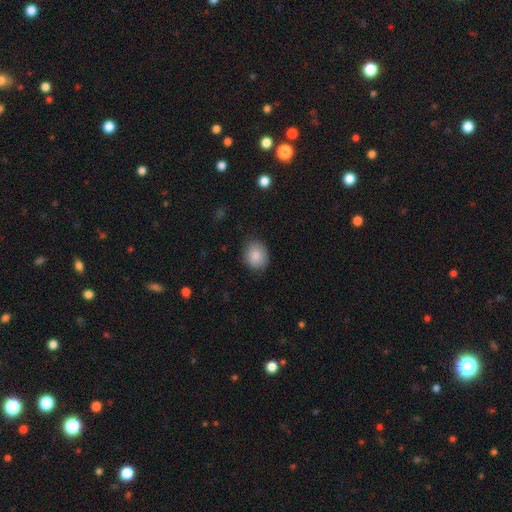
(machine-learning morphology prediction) Q: Smooth or featured?
A: smooth (86%); runner-up: star or artifact (7%)
Q: How rounded?
A: round (58%); runner-up: in between (41%)
Q: Merging?
A: none (81%); runner-up: minor disturbance (14%)